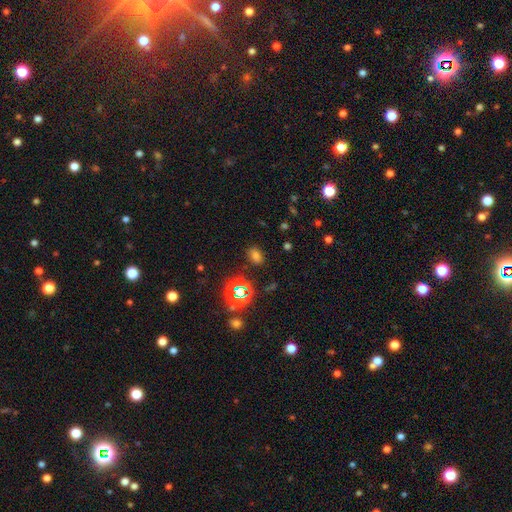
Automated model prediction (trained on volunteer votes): This is likely a smooth galaxy (63%). How rounded: likely in between (74%). Merging: clearly none (83%).